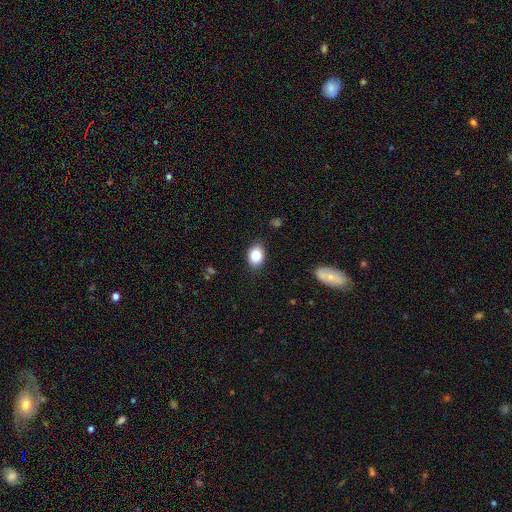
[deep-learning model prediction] Smooth or featured? Predicted: smooth (p=0.84). How rounded? Predicted: in between (p=0.74). Merging? Predicted: none (p=0.86).